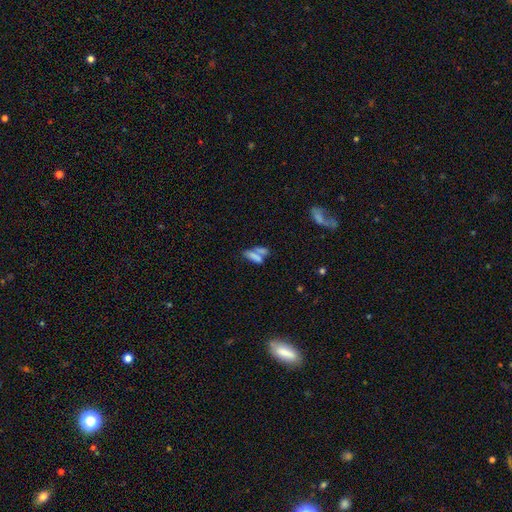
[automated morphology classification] Overall: smooth (70%). How rounded: in between (62%; cigar-shaped 33%). Merging: merger (54%; none 29%).